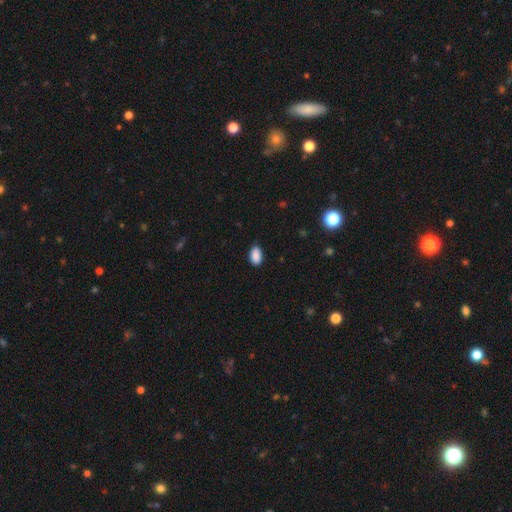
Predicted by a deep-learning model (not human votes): Overall: smooth (90%). How rounded: in between (93%). Merging: none (85%).